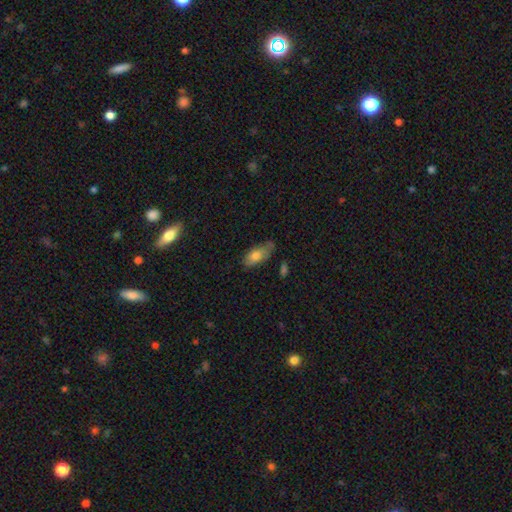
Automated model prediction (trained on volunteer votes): Smooth or featured? Predicted: smooth (p=0.74). How rounded? Predicted: in between (p=0.87). Merging? Predicted: none (p=0.54).